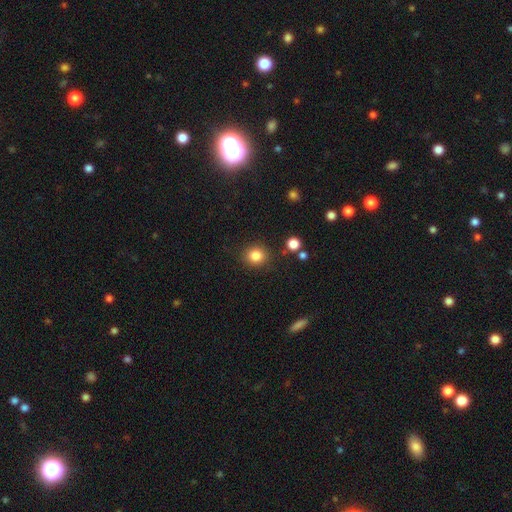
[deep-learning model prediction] Smooth or featured? smooth (84%)
How rounded? round (86%)
Merging? none (87%)